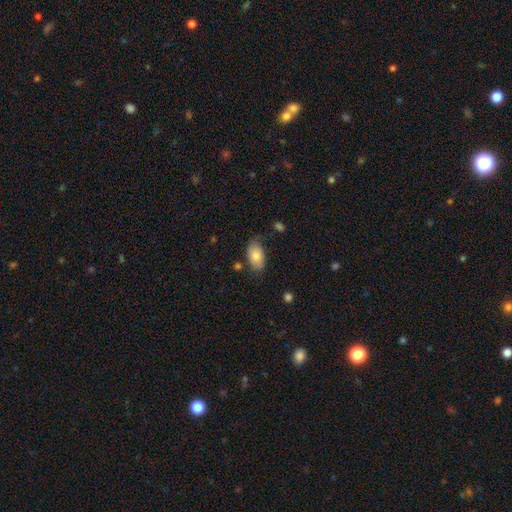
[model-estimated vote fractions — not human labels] This is clearly a smooth galaxy (80%). How rounded: clearly in between (94%). Merging: likely none (72%).